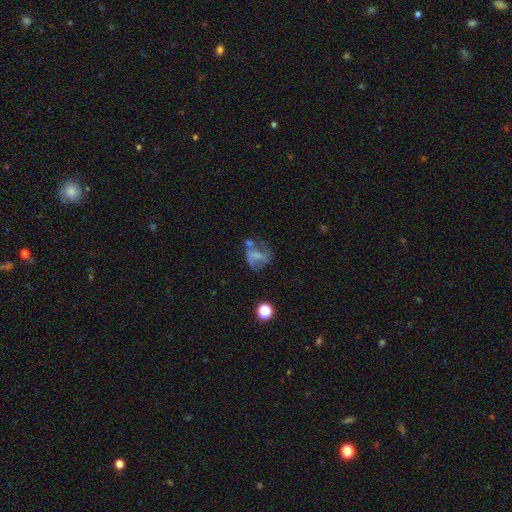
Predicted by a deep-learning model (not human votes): Smooth or featured? featured or disk (47%)
Merging? none (31%)